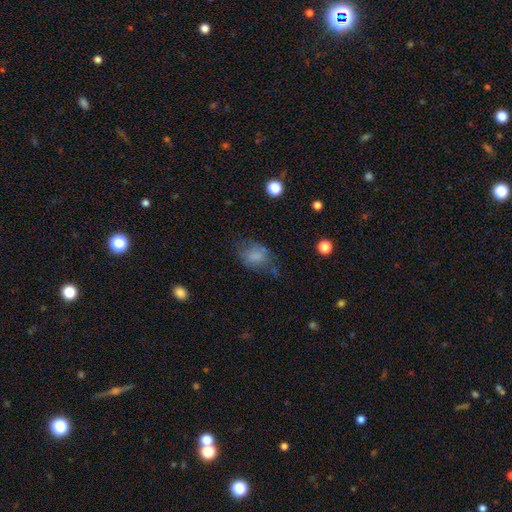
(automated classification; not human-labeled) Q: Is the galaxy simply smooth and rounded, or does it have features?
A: smooth — 72%.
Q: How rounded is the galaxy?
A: in between — 67%.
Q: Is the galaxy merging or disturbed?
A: none — 48%.